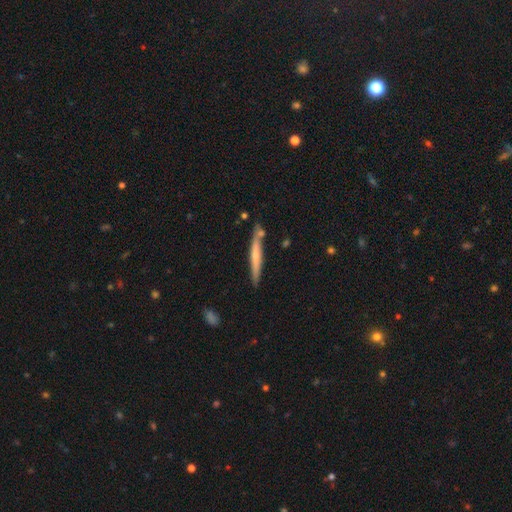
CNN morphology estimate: smooth-or-featured: featured or disk: 49% | smooth: 46% | star or artifact: 6%
  merging: none: 78% | minor disturbance: 13% | merger: 7% | major disturbance: 2%